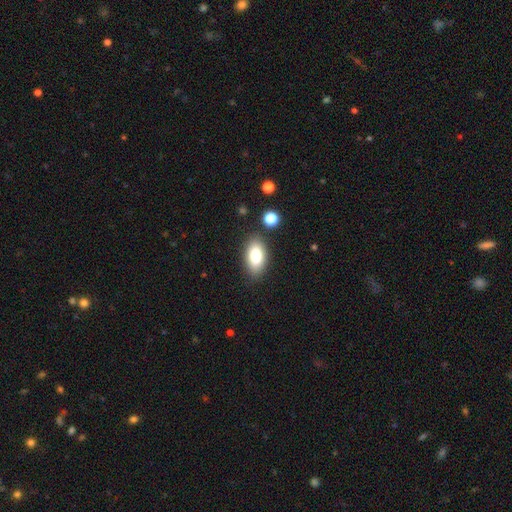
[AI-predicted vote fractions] smooth-or-featured: smooth: 81% | featured or disk: 11% | star or artifact: 8%
  how-rounded: in between: 92% | round: 5% | cigar-shaped: 3%
  merging: none: 84% | minor disturbance: 10% | merger: 3% | major disturbance: 3%